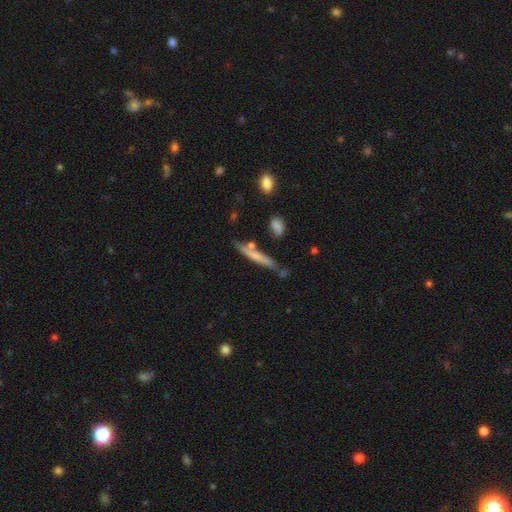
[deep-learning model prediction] Smooth or featured? Predicted: smooth (p=0.59). How rounded? Predicted: cigar-shaped (p=0.92). Merging? Predicted: none (p=0.71).